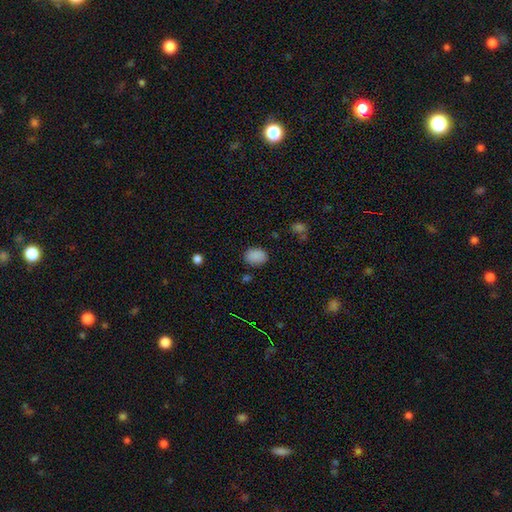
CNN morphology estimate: Smooth or featured? Predicted: smooth (p=0.87). How rounded? Predicted: in between (p=0.70). Merging? Predicted: none (p=0.81).